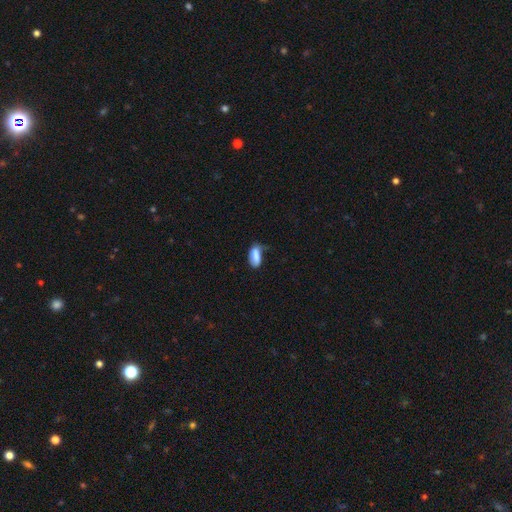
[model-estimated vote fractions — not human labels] Morphology: type=smooth (75%); roundness=in between (84%); merging=none (40%).